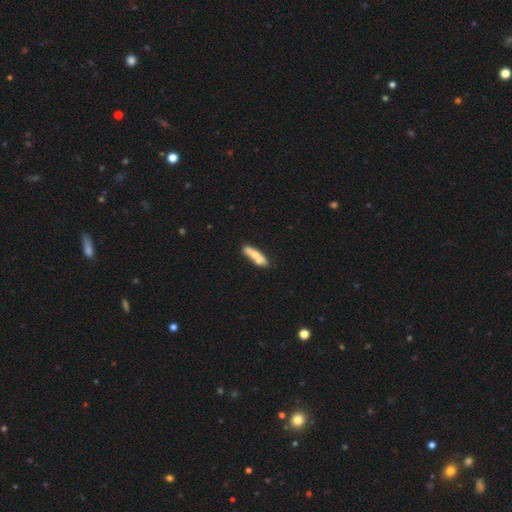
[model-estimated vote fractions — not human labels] Overall: smooth (62%; featured or disk 32%). How rounded: cigar-shaped (74%). Merging: none (60%).